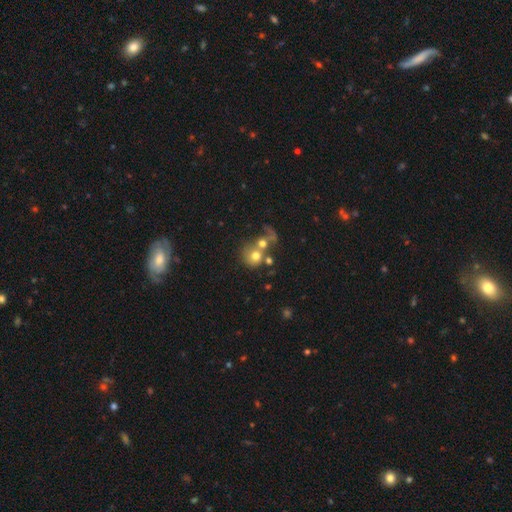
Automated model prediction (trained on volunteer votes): Smooth or featured?
  - smooth: 62% *
  - featured or disk: 26%
  - star or artifact: 12%
How rounded?
  - round: 79% *
  - in between: 20%
  - cigar-shaped: 1%
Merging?
  - merger: 58% *
  - none: 23%
  - major disturbance: 12%
  - minor disturbance: 7%